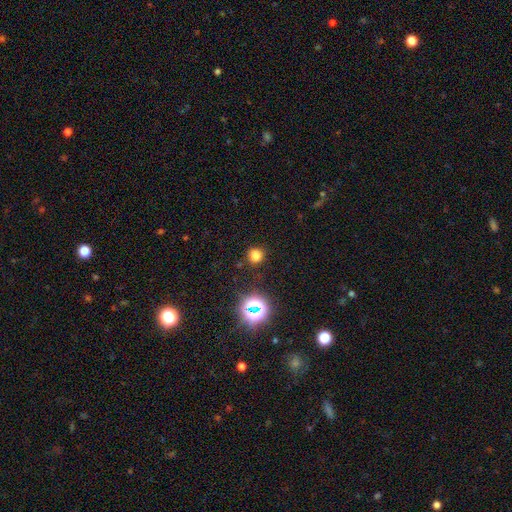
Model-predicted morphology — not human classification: smooth_or_featured: smooth (p=0.73) [alt: star or artifact p=0.21]
how_rounded: round (p=0.88) [alt: in between p=0.11]
merging: none (p=0.84) [alt: minor disturbance p=0.10]